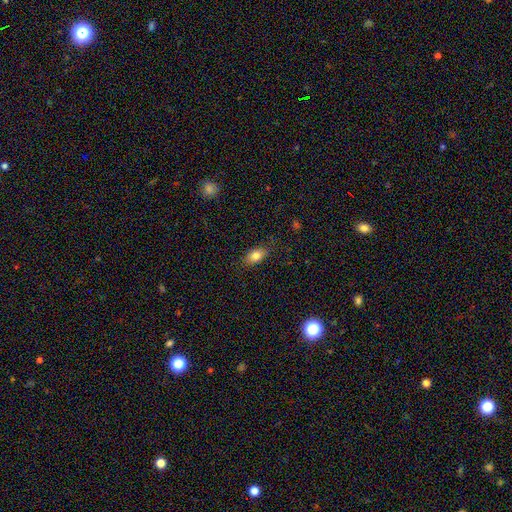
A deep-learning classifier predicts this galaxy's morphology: Overall: smooth (81%). How rounded: in between (87%). Merging: none (84%).